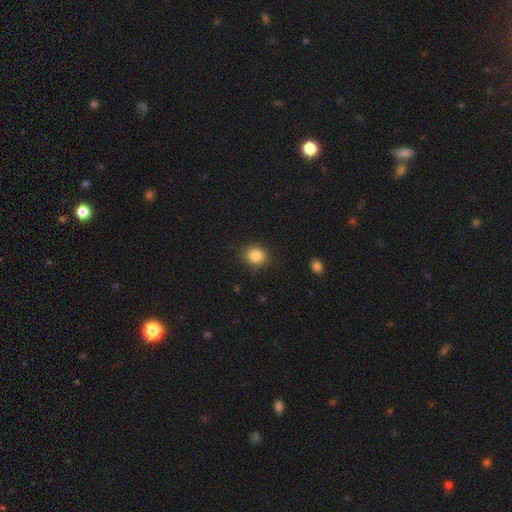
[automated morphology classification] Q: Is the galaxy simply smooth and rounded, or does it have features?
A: smooth — 85%.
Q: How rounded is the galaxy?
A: round — 65%.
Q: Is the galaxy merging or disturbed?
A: none — 88%.